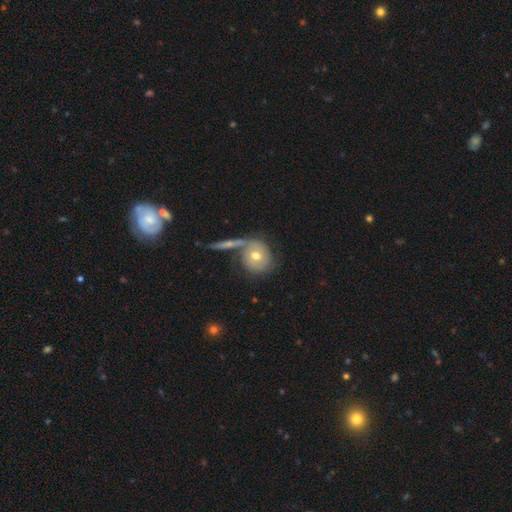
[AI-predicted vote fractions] Smooth or featured? smooth (47%)
Merging? none (51%)